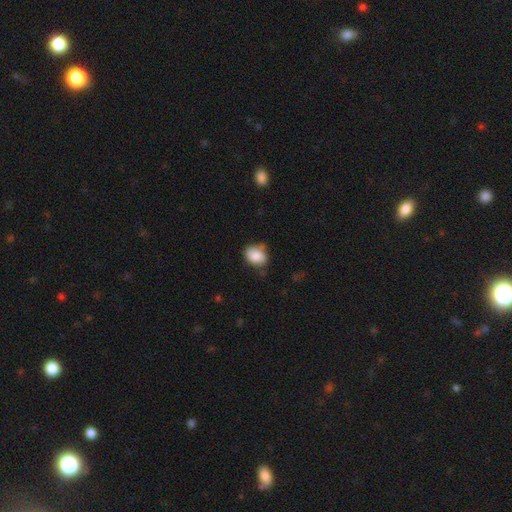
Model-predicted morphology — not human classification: smooth-or-featured: smooth: 82% | featured or disk: 10% | star or artifact: 8%
  how-rounded: in between: 58% | round: 41% | cigar-shaped: 1%
  merging: none: 57% | minor disturbance: 31% | major disturbance: 8% | merger: 4%